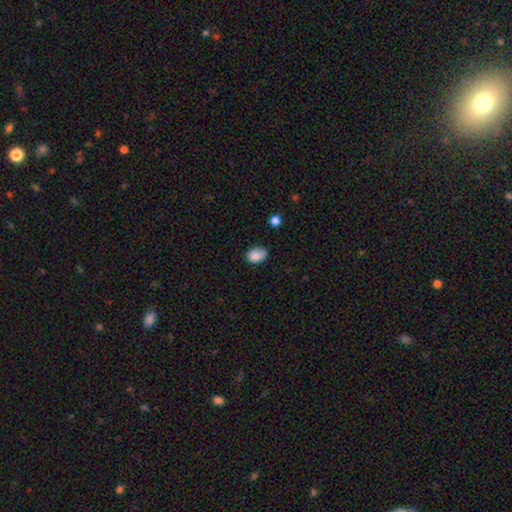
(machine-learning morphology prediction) Smooth or featured?
  - smooth: 86% *
  - star or artifact: 9%
  - featured or disk: 5%
How rounded?
  - in between: 78% *
  - round: 21%
  - cigar-shaped: 1%
Merging?
  - none: 62% *
  - minor disturbance: 30%
  - major disturbance: 6%
  - merger: 2%